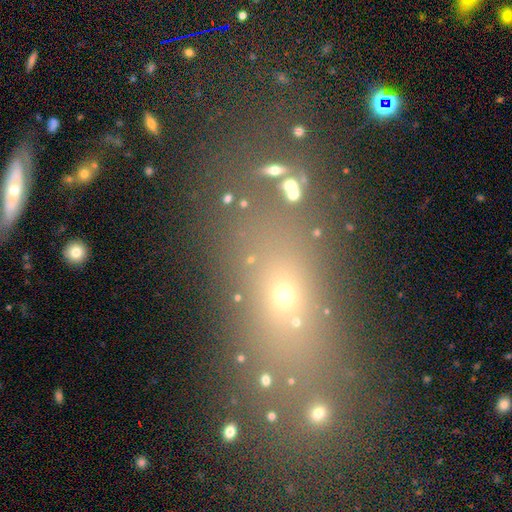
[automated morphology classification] smooth_or_featured: smooth (p=0.48) [alt: star or artifact p=0.33]
merging: none (p=0.69) [alt: minor disturbance p=0.13]